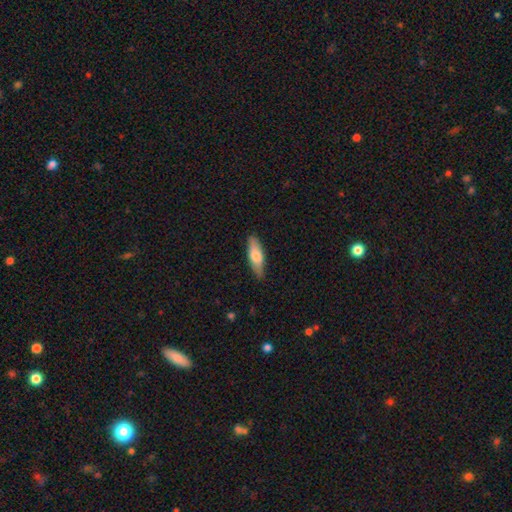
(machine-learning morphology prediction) The model was most divided on "how rounded": in between: 49%, cigar-shaped: 48%, round: 2%. More confident: merging — none (85%); smooth or featured — smooth (69%).